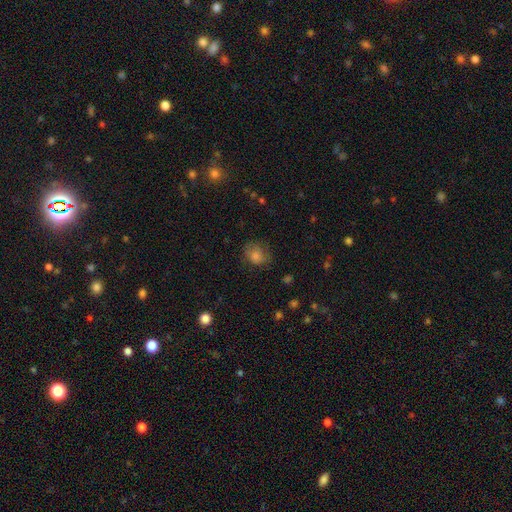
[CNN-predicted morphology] type=smooth (64%); roundness=round (69%); merging=none (70%).